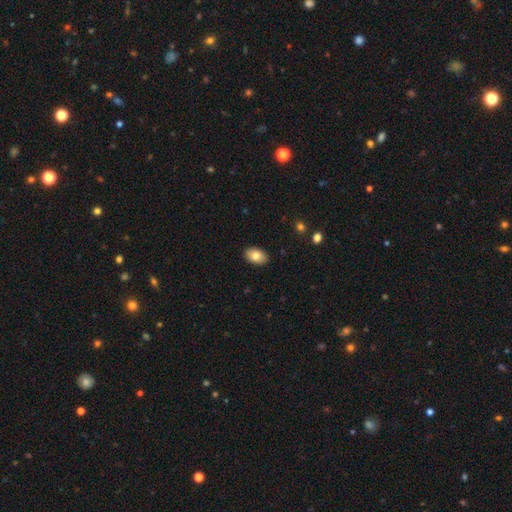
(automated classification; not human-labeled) A smooth galaxy with no disk features (81%) that is in between round and cigar-shaped (91%).

Vote fractions:
- Smooth or featured? smooth: 81% / featured or disk: 12% / star or artifact: 7%
- How rounded? in between: 91% / round: 8% / cigar-shaped: 1%
- Merging? none: 89% / minor disturbance: 8% / major disturbance: 2% / merger: 1%